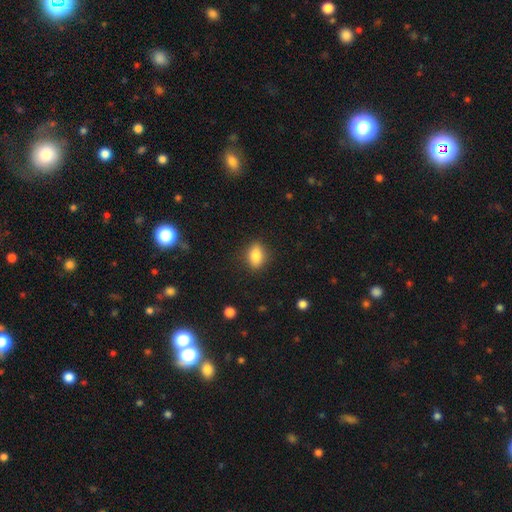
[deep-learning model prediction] smooth_or_featured: smooth (p=0.84) [alt: star or artifact p=0.09]
how_rounded: in between (p=0.77) [alt: round p=0.20]
merging: none (p=0.86) [alt: minor disturbance p=0.10]